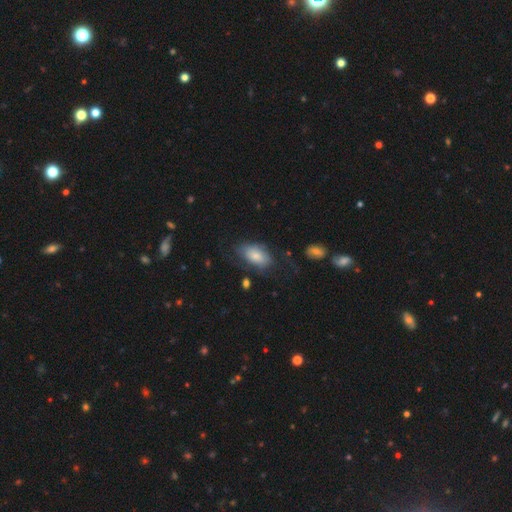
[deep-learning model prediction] The model was most divided on "merging": none: 53%, minor disturbance: 27%, major disturbance: 17%, merger: 4%. More confident: how rounded — in between (93%); smooth or featured — smooth (73%).